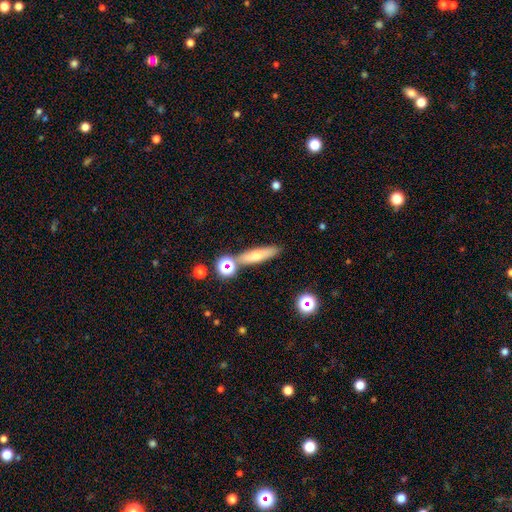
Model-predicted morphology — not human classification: The model was most divided on "smooth or featured": smooth: 56%, featured or disk: 32%, star or artifact: 12%. More confident: merging — none (77%); how rounded — cigar-shaped (73%).